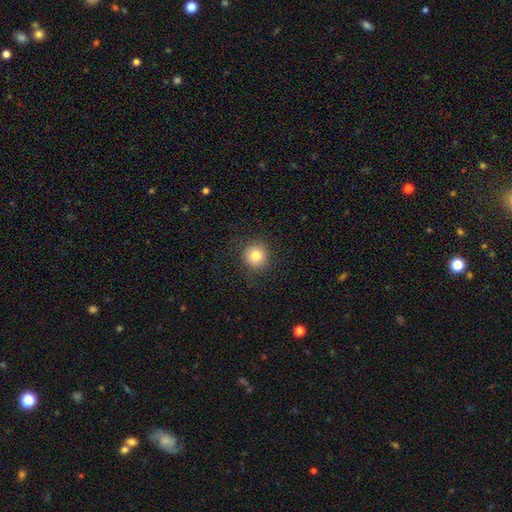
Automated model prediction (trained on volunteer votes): Smooth or featured: smooth — 82% (star or artifact — 11%)
How rounded: round — 92% (in between — 7%)
Merging: none — 88% (minor disturbance — 8%)